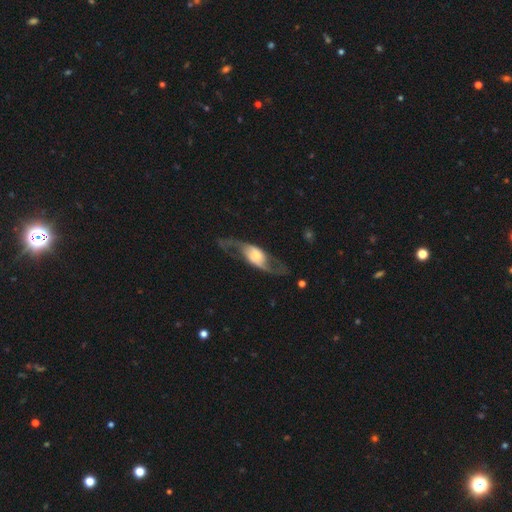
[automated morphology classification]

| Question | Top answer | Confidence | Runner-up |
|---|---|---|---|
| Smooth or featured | featured or disk | 76% | smooth (19%) |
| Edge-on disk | no | 81% | yes (19%) |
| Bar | no | 58% | weak (27%) |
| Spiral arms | yes | 84% | no (16%) |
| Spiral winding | loose | 66% | medium (27%) |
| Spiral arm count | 2 | 90% | can't tell (4%) |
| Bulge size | moderate | 38% | small (29%) |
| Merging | none | 62% | major disturbance (19%) |